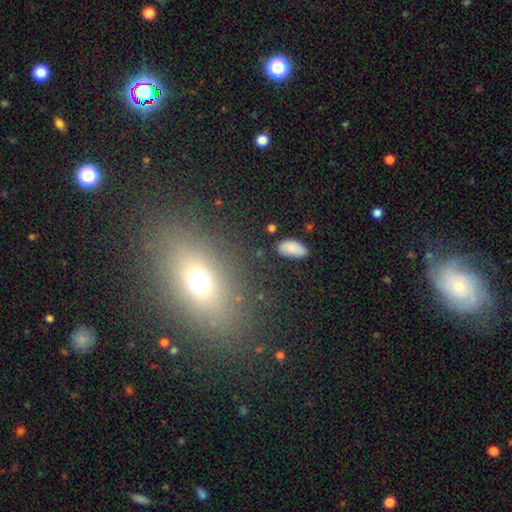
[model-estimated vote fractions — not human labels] This appears to be a smooth galaxy with no disk features (61%) that is in between round and cigar-shaped (75%). Merging: none (84%).